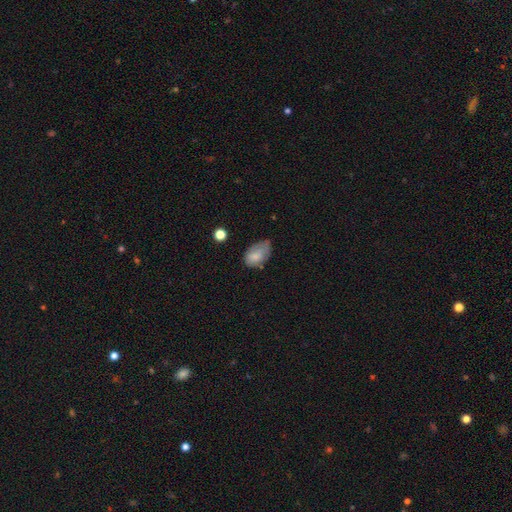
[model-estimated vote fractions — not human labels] A smooth galaxy with no disk features (77%) that is in between round and cigar-shaped (90%). Merging: none (42%).